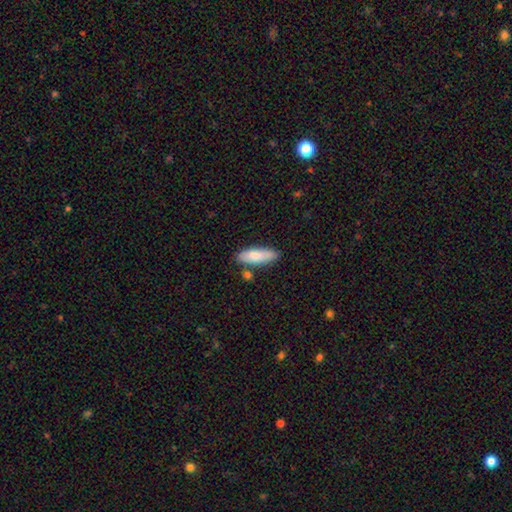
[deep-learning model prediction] A smooth galaxy with no disk features (82%) that is in between round and cigar-shaped (54%). Merging: none (77%).